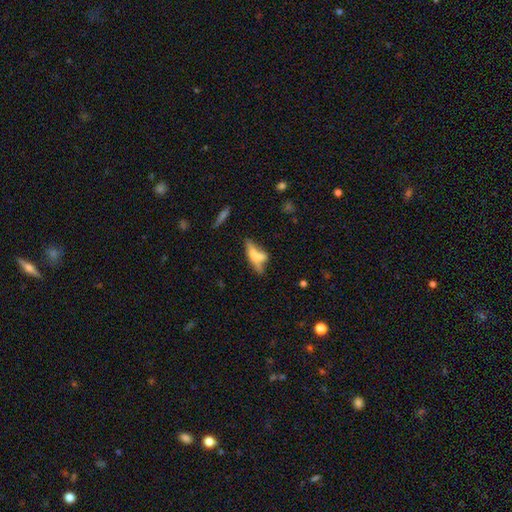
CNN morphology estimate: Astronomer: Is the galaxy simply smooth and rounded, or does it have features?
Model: smooth — 53% (runner-up: featured or disk, 38%).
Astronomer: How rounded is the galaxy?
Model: cigar-shaped — 55% (runner-up: in between, 42%).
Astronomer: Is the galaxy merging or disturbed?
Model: none — 39% (runner-up: merger, 34%).